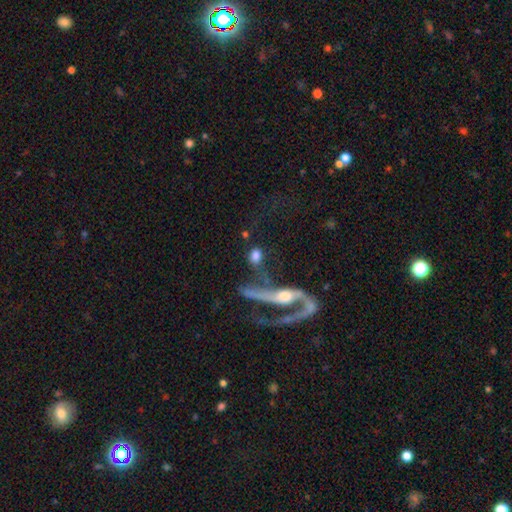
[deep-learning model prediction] Smooth or featured? smooth (66%)
How rounded? round (50%)
Merging? none (45%)